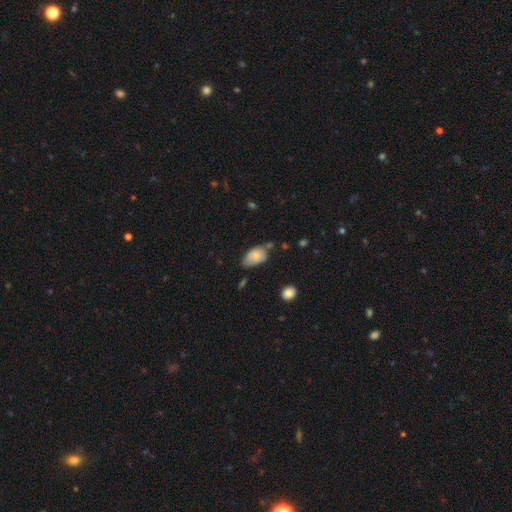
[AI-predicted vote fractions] smooth 76%, featured or disk 16%, star or artifact 7%. Down the decision tree: how rounded — in between (90%); merging — none (52%).